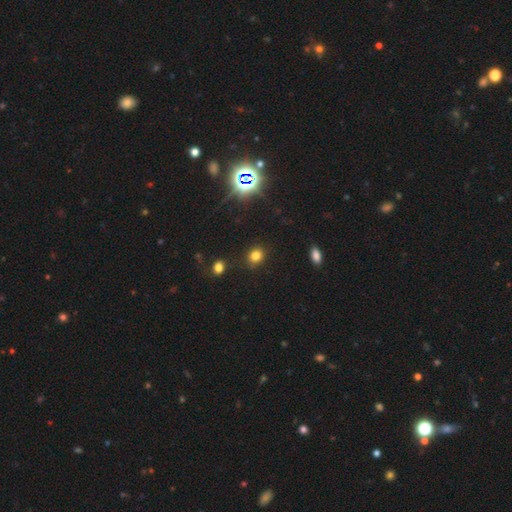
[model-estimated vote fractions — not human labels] A smooth galaxy with no disk features (76%) that is round (68%). Merging: none (85%).